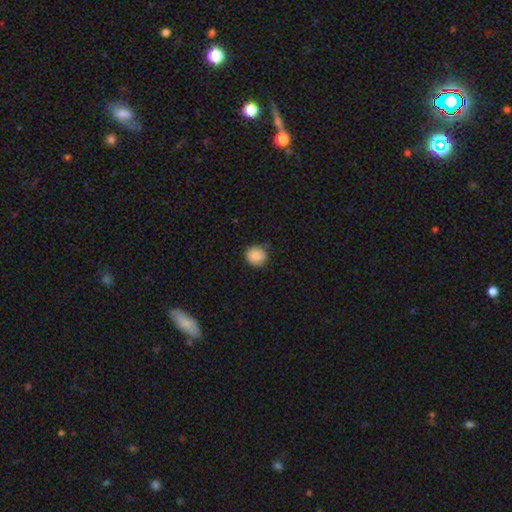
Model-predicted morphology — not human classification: This appears to be a smooth galaxy with no disk features (87%) that is round (88%). Merging: none (84%).